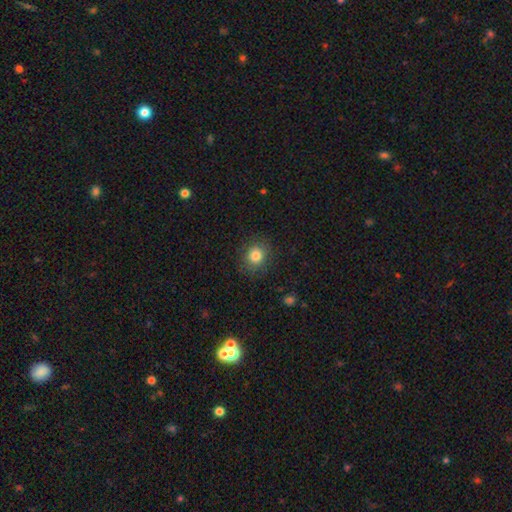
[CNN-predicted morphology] smooth_or_featured: smooth (p=0.82) [alt: star or artifact p=0.11]
how_rounded: round (p=0.76) [alt: in between p=0.23]
merging: none (p=0.85) [alt: minor disturbance p=0.10]